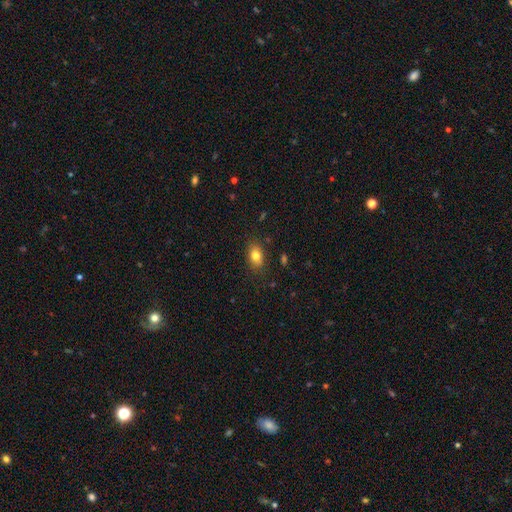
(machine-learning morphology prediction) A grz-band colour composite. It shows a smooth galaxy with no disk features (79%) that is in between round and cigar-shaped (82%). Merging: none (83%).